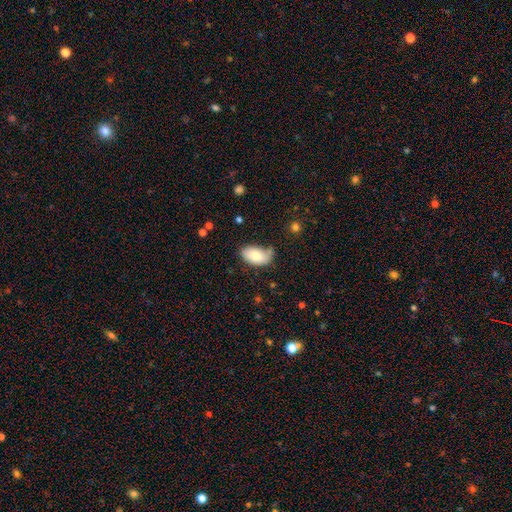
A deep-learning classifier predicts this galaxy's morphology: smooth 78%, featured or disk 15%, star or artifact 7%. Down the decision tree: how rounded — in between (94%); merging — none (56%).